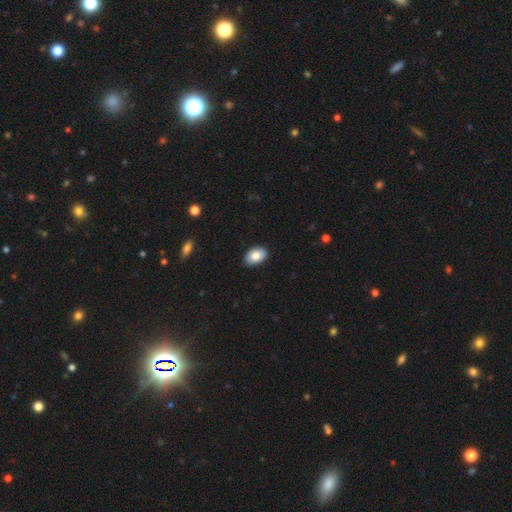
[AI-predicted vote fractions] Morphology: type=smooth (86%); roundness=in between (90%); merging=none (87%).